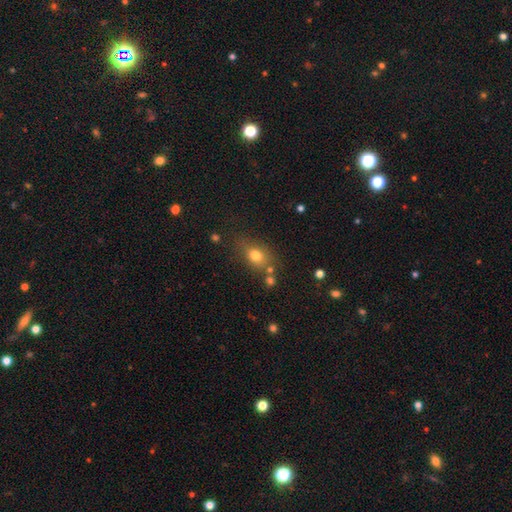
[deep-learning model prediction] Smooth or featured: smooth — 76% (star or artifact — 13%)
How rounded: in between — 65% (round — 33%)
Merging: none — 65% (minor disturbance — 18%)